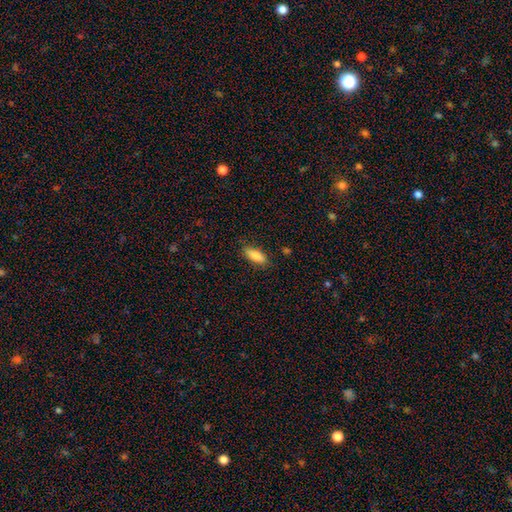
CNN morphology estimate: type=smooth (85%); roundness=in between (75%); merging=none (82%).